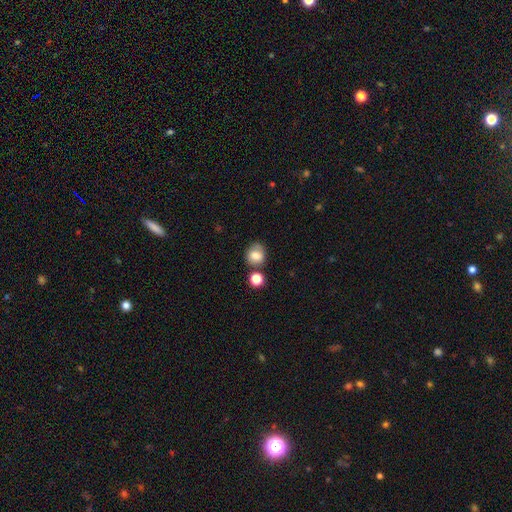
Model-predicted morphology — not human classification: A smooth galaxy with no disk features (77%) that is round (65%).

Vote fractions:
- Smooth or featured? smooth: 77% / featured or disk: 12% / star or artifact: 11%
- How rounded? round: 65% / in between: 34% / cigar-shaped: 1%
- Merging? none: 62% / minor disturbance: 18% / merger: 14% / major disturbance: 6%